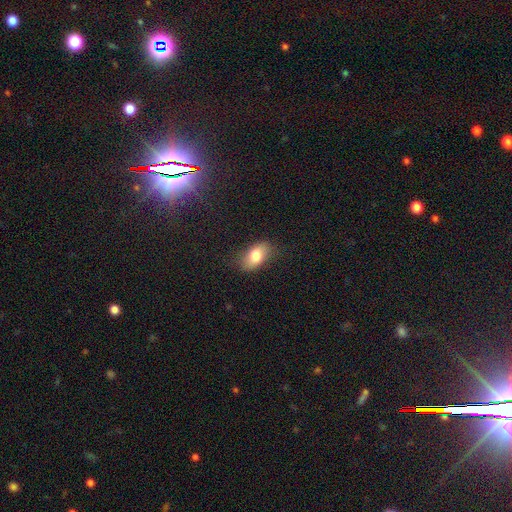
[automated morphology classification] This appears to be a smooth galaxy with no disk features (76%) that is in between round and cigar-shaped (90%). Merging: none (79%).